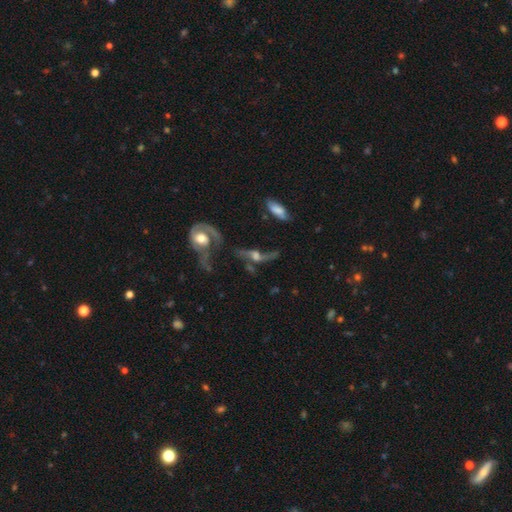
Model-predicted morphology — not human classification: Smooth or featured?
  - featured or disk: 75% *
  - smooth: 15%
  - star or artifact: 10%
Edge-on disk?
  - no: 72% *
  - yes: 28%
Bar?
  - no: 61% *
  - weak: 28%
  - strong: 11%
Spiral arms?
  - yes: 81% *
  - no: 19%
Bulge size?
  - moderate: 45% *
  - large: 24%
  - small: 19%
  - none: 8%
  - dominant: 4%
Merging?
  - none: 38% *
  - major disturbance: 24%
  - merger: 21%
  - minor disturbance: 17%